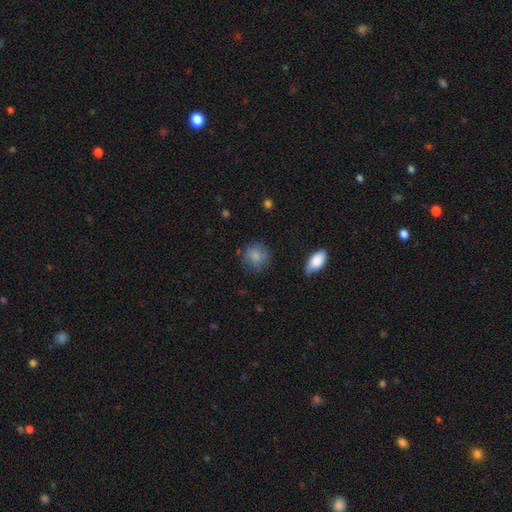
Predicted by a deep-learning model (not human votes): Overall: smooth (81%). How rounded: round (83%). Merging: none (73%).